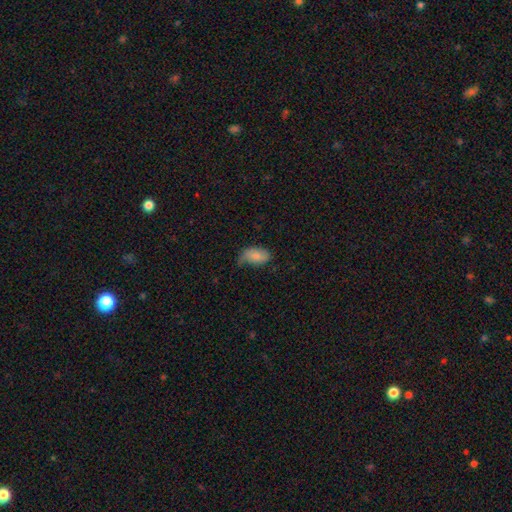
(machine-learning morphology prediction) Smooth or featured? smooth (78%)
How rounded? in between (94%)
Merging? none (44%)